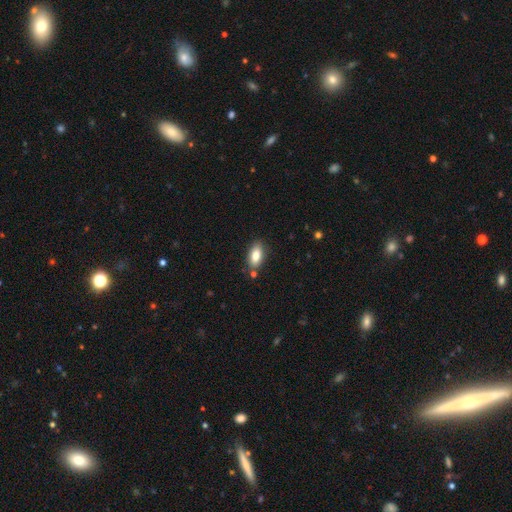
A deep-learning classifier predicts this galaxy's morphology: This is clearly a smooth galaxy (84%). How rounded: clearly in between (91%). Merging: likely none (79%).